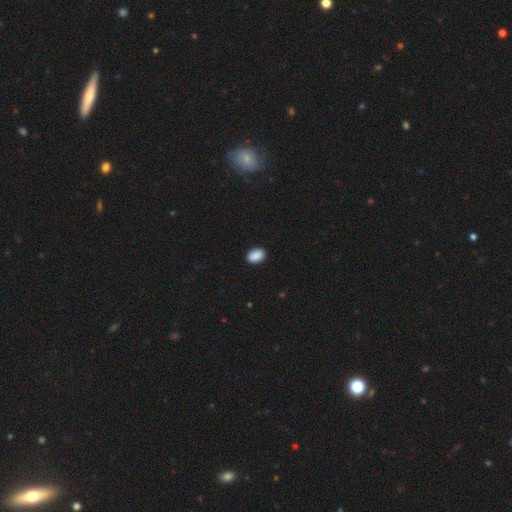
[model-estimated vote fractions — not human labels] A smooth galaxy with no disk features (89%) that is in between round and cigar-shaped (84%). Merging: none (89%).